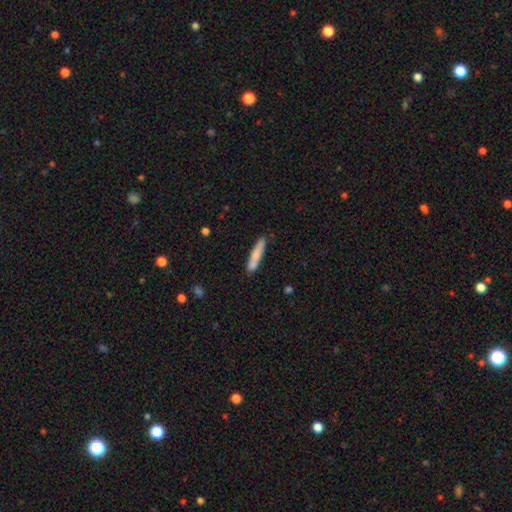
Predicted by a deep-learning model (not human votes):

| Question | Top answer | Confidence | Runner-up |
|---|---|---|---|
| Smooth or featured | smooth | 74% | featured or disk (20%) |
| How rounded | cigar-shaped | 90% | in between (9%) |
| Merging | none | 77% | minor disturbance (14%) |